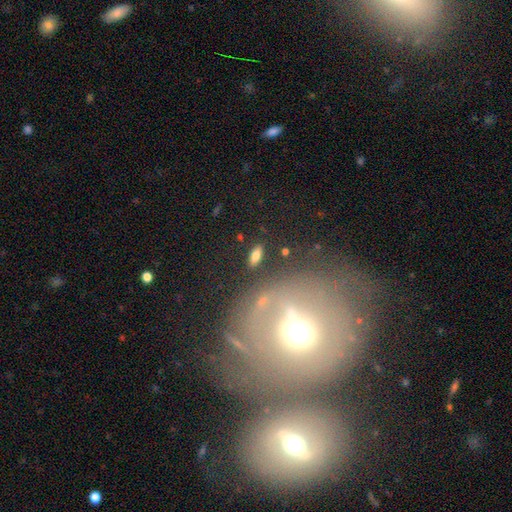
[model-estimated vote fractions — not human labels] This appears to be a smooth galaxy with no disk features (76%) that is in between round and cigar-shaped (82%). Merging: none (83%).